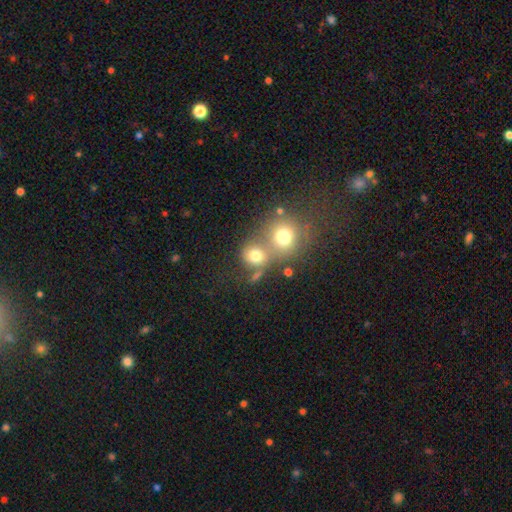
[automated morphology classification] smooth-or-featured: smooth: 73% | star or artifact: 15% | featured or disk: 12%
  how-rounded: round: 80% | in between: 19% | cigar-shaped: 1%
  merging: merger: 48% | none: 38% | minor disturbance: 8% | major disturbance: 6%